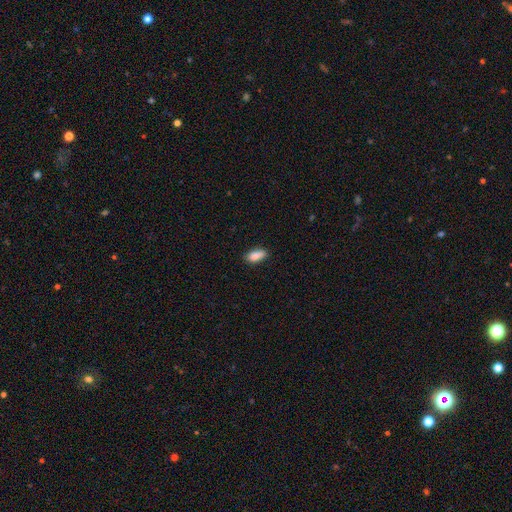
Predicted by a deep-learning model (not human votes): Smooth or featured: smooth — 88% (star or artifact — 7%)
How rounded: in between — 85% (cigar-shaped — 13%)
Merging: none — 81% (minor disturbance — 15%)